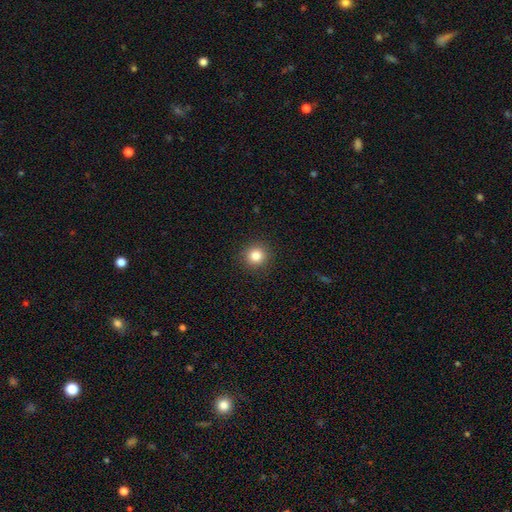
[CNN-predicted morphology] A smooth galaxy with no disk features (83%) that is round (93%).

Vote fractions:
- Smooth or featured? smooth: 83% / star or artifact: 11% / featured or disk: 5%
- How rounded? round: 93% / in between: 6% / cigar-shaped: 1%
- Merging? none: 92% / minor disturbance: 5% / major disturbance: 2% / merger: 1%